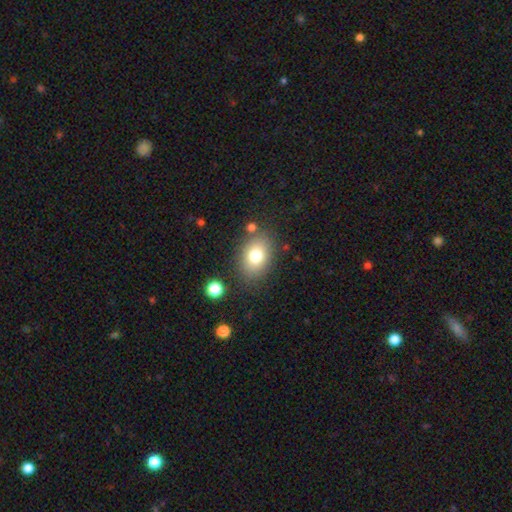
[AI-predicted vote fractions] A smooth galaxy with no disk features (78%) that is in between round and cigar-shaped (76%).

Vote fractions:
- Smooth or featured? smooth: 78% / featured or disk: 12% / star or artifact: 10%
- How rounded? in between: 76% / round: 23% / cigar-shaped: 1%
- Merging? none: 80% / minor disturbance: 12% / merger: 4% / major disturbance: 4%